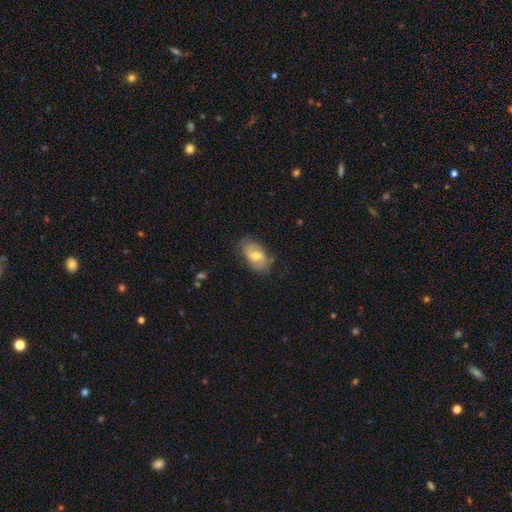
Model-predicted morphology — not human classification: smooth_or_featured: smooth (p=0.56) [alt: featured or disk p=0.37]
how_rounded: in between (p=0.90) [alt: round p=0.08]
merging: none (p=0.72) [alt: minor disturbance p=0.21]